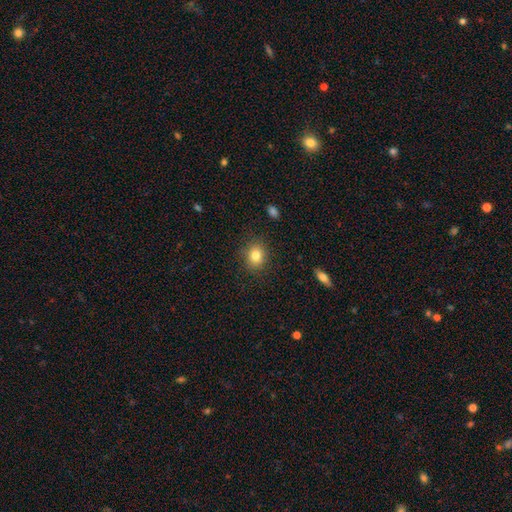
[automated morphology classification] A smooth galaxy with no disk features (82%) that is round (61%). Merging: none (86%).